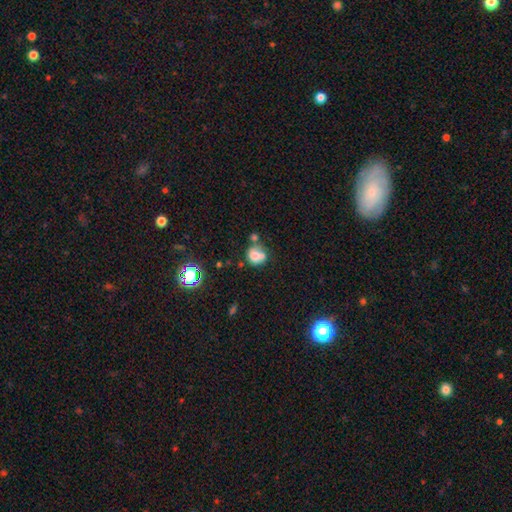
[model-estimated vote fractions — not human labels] Overall: smooth (68%). How rounded: round (74%). Merging: none (40%; merger 36%).